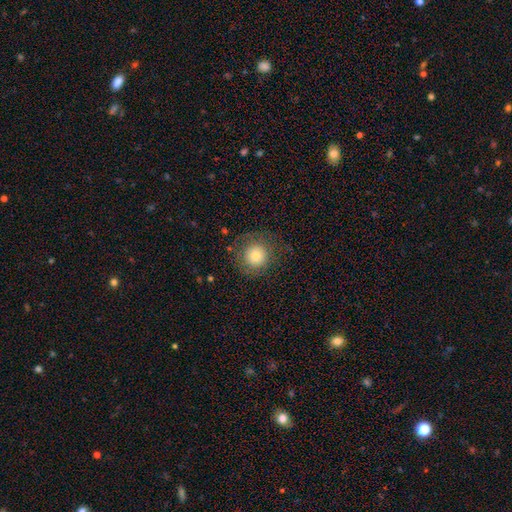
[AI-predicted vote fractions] smooth-or-featured: smooth: 70% | featured or disk: 19% | star or artifact: 11%
  how-rounded: round: 94% | in between: 5% | cigar-shaped: 1%
  merging: none: 76% | minor disturbance: 13% | major disturbance: 9% | merger: 1%